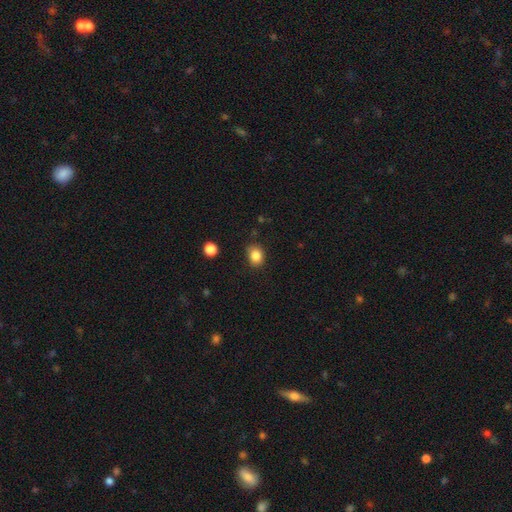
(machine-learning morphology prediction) The model was most divided on "how rounded": round: 53%, in between: 46%, cigar-shaped: 1%. More confident: smooth or featured — smooth (85%); merging — none (82%).